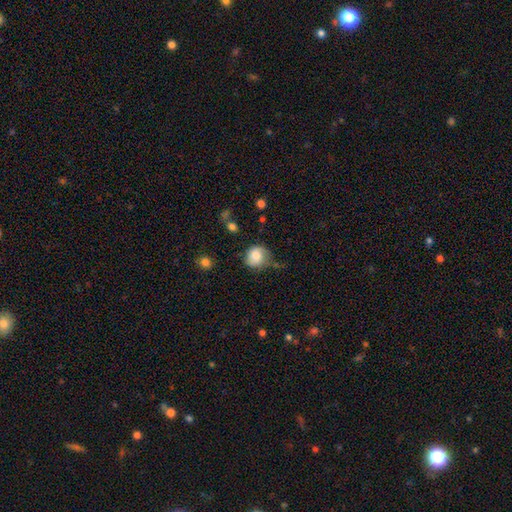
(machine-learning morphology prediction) Smooth or featured? smooth (78%)
How rounded? round (83%)
Merging? none (54%)